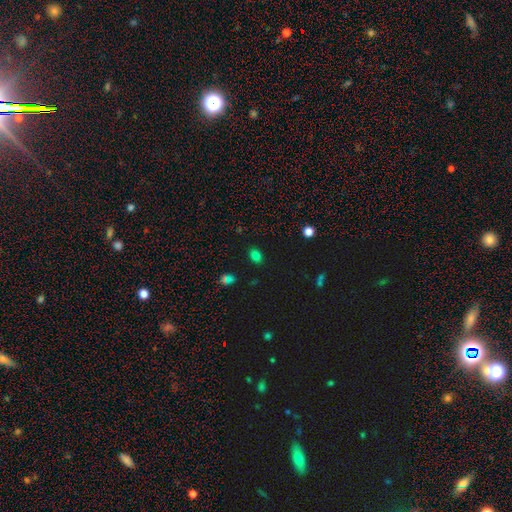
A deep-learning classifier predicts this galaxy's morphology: smooth-or-featured: smooth: 78% | star or artifact: 17% | featured or disk: 5%
  how-rounded: in between: 69% | round: 30% | cigar-shaped: 1%
  merging: none: 86% | minor disturbance: 10% | major disturbance: 2% | merger: 2%